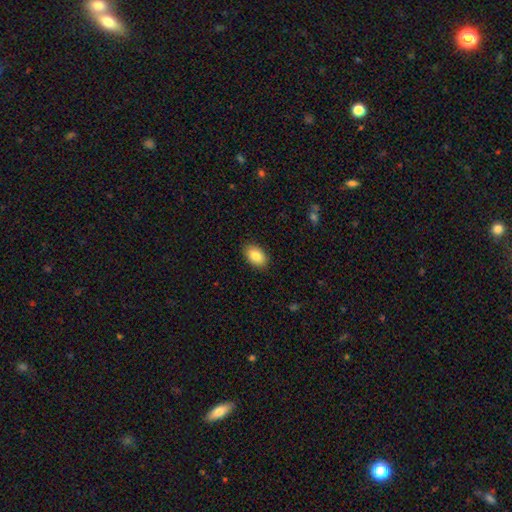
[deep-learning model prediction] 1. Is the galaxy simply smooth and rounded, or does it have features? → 85% smooth, 8% featured or disk, 7% star or artifact.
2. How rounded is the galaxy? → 91% in between, 7% round, 1% cigar-shaped.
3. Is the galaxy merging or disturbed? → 89% none, 8% minor disturbance, 2% major disturbance, 1% merger.